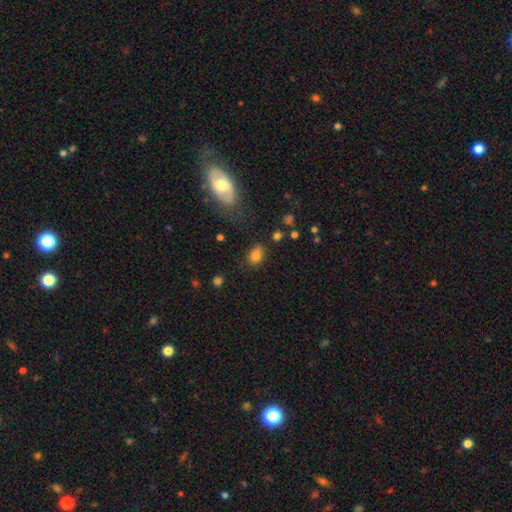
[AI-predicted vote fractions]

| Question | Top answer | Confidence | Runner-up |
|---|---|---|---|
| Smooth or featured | smooth | 81% | star or artifact (12%) |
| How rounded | in between | 73% | round (25%) |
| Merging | none | 67% | minor disturbance (21%) |